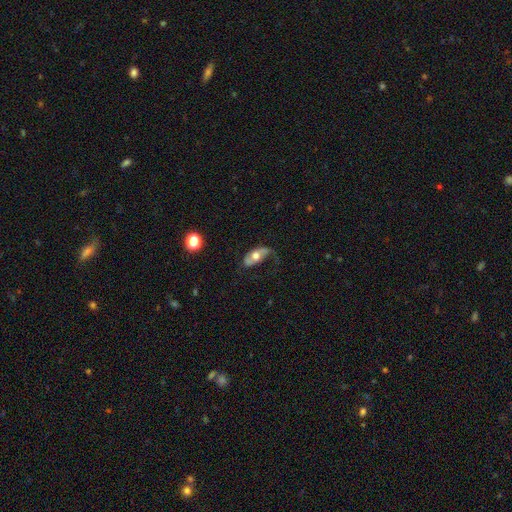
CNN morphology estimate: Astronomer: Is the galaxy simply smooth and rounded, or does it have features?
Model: featured or disk — 51% (runner-up: smooth, 42%).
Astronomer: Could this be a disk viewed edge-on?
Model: no — 83%.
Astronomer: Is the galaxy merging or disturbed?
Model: none — 43% (runner-up: minor disturbance, 29%).